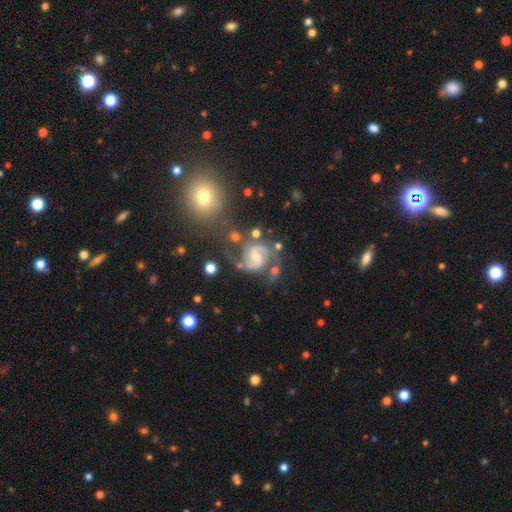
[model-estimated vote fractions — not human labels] Morphology: type=featured or disk (91%); edge-on=no (98%); bar=weak (50%); spiral arms=yes (98%); winding=medium (62%); arm count=2 (92%); bulge=moderate (49%); merging=none (58%).